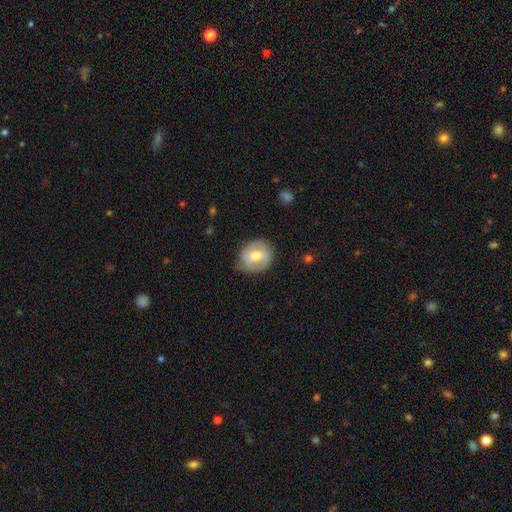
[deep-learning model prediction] The model was most divided on "smooth or featured": smooth: 49%, featured or disk: 45%, star or artifact: 6%. More confident: merging — none (74%).